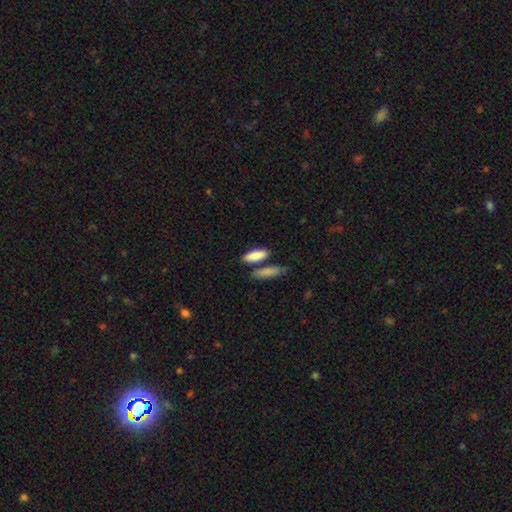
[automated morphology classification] Smooth or featured? Predicted: smooth (p=0.86). How rounded? Predicted: in between (p=0.57). Merging? Predicted: none (p=0.65).